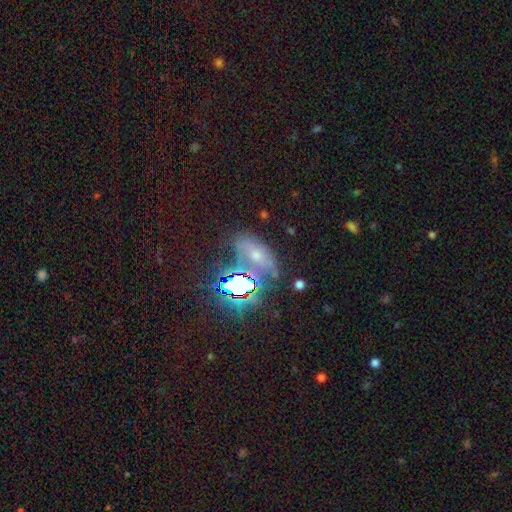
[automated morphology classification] The model was most divided on "smooth or featured": star or artifact: 47%, smooth: 35%, featured or disk: 18%.